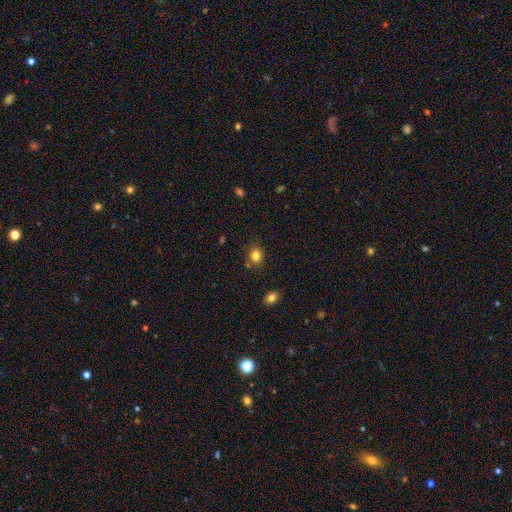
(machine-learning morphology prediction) The model was most divided on "how rounded": round: 67%, in between: 32%, cigar-shaped: 1%. More confident: smooth or featured — smooth (82%); merging — none (80%).